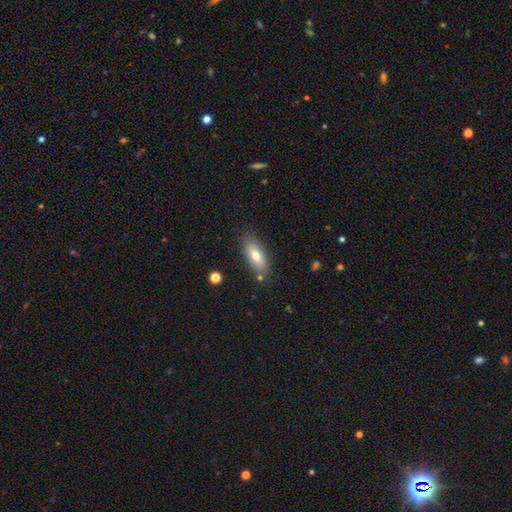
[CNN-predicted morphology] Smooth or featured? Predicted: smooth (p=0.73). How rounded? Predicted: in between (p=0.76). Merging? Predicted: none (p=0.83).